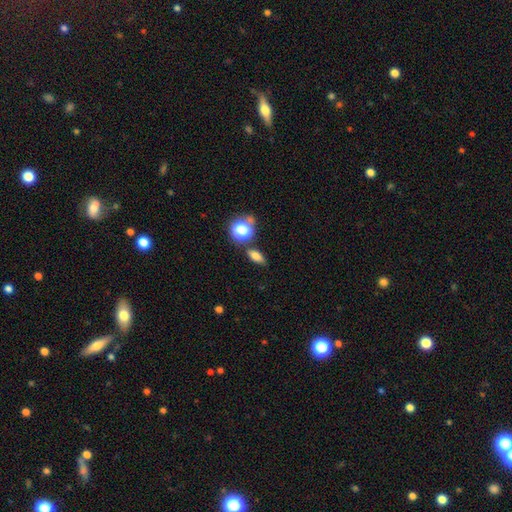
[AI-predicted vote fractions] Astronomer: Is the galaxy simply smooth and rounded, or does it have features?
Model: smooth — 72%.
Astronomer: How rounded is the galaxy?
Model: in between — 64%.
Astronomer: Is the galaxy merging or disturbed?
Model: none — 69%.